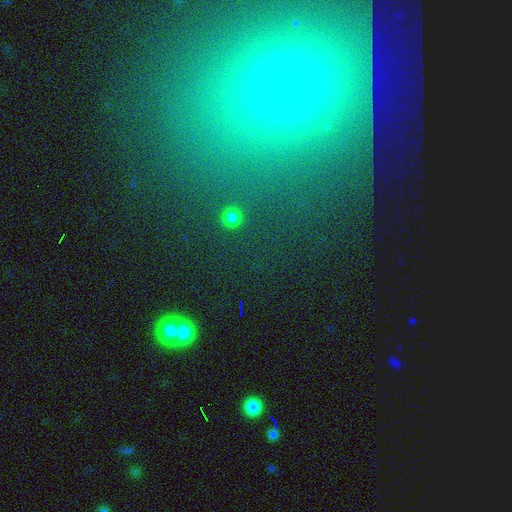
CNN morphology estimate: The model was most divided on "smooth or featured": star or artifact: 45%, smooth: 41%, featured or disk: 14%.